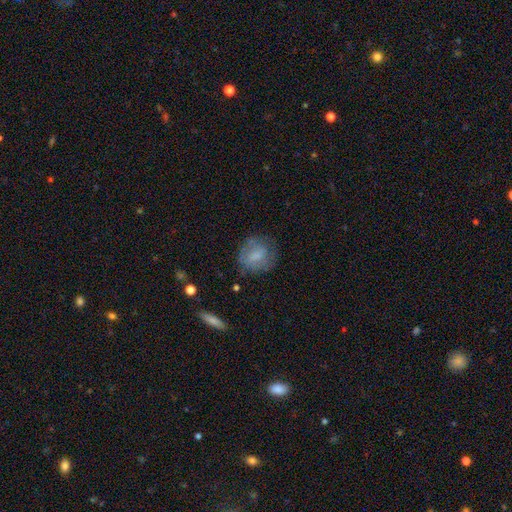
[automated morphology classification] Smooth or featured?
  - smooth: 64% *
  - featured or disk: 28%
  - star or artifact: 8%
How rounded?
  - round: 68% *
  - in between: 30%
  - cigar-shaped: 2%
Merging?
  - none: 66% *
  - minor disturbance: 21%
  - major disturbance: 11%
  - merger: 2%